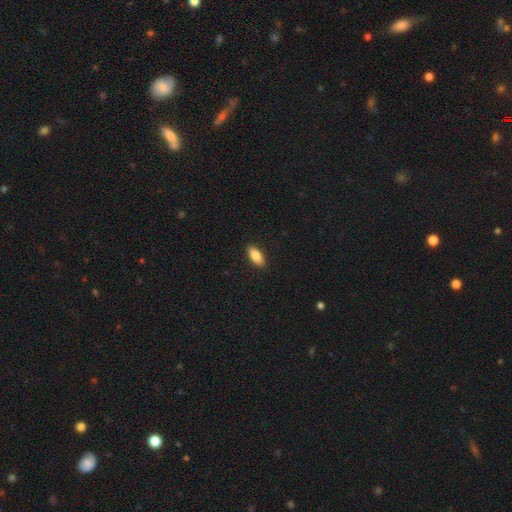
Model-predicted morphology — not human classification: Q: Smooth or featured?
A: smooth (81%); runner-up: featured or disk (12%)
Q: How rounded?
A: in between (83%); runner-up: cigar-shaped (15%)
Q: Merging?
A: none (90%); runner-up: minor disturbance (7%)